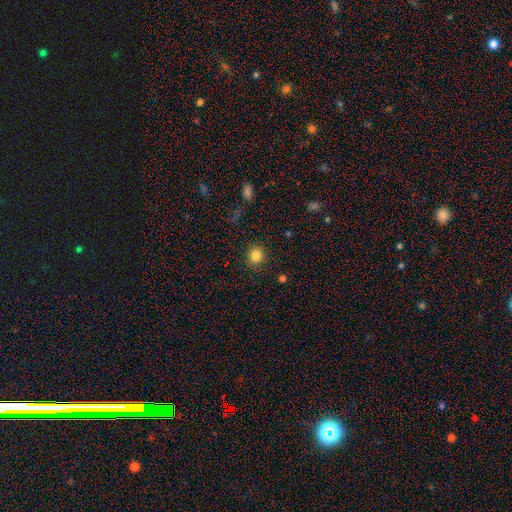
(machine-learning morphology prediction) Smooth or featured?
  - smooth: 84% *
  - star or artifact: 11%
  - featured or disk: 5%
How rounded?
  - round: 88% *
  - in between: 11%
  - cigar-shaped: 1%
Merging?
  - none: 90% *
  - minor disturbance: 7%
  - major disturbance: 2%
  - merger: 1%